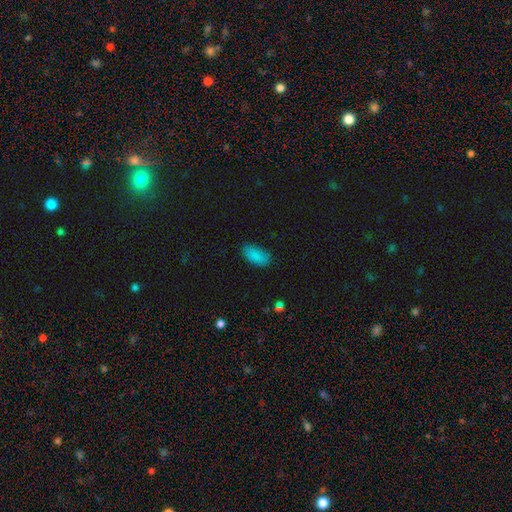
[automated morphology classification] A smooth galaxy with no disk features (86%) that is in between round and cigar-shaped (92%).

Vote fractions:
- Smooth or featured? smooth: 86% / star or artifact: 9% / featured or disk: 5%
- How rounded? in between: 92% / cigar-shaped: 6% / round: 3%
- Merging? none: 79% / minor disturbance: 16% / major disturbance: 3% / merger: 1%